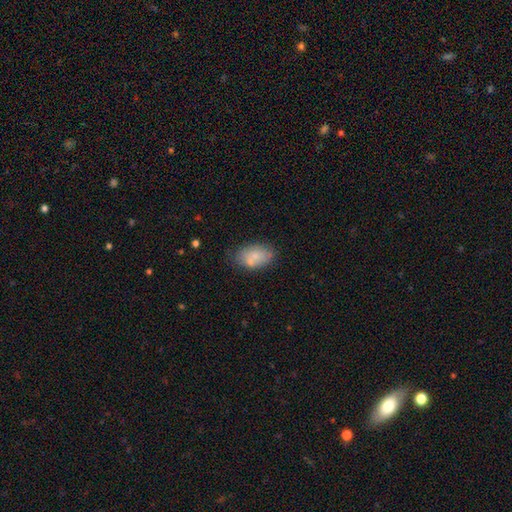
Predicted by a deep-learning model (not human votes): smooth 73%, featured or disk 18%, star or artifact 9%. Down the decision tree: how rounded — in between (90%); merging — none (64%).